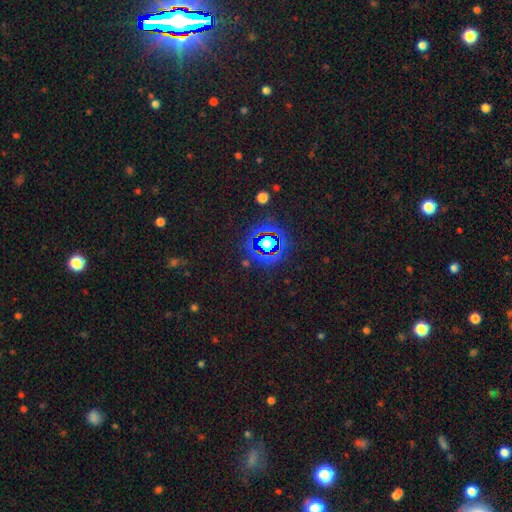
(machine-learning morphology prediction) Q: Smooth or featured?
A: star or artifact (83%); runner-up: smooth (10%)